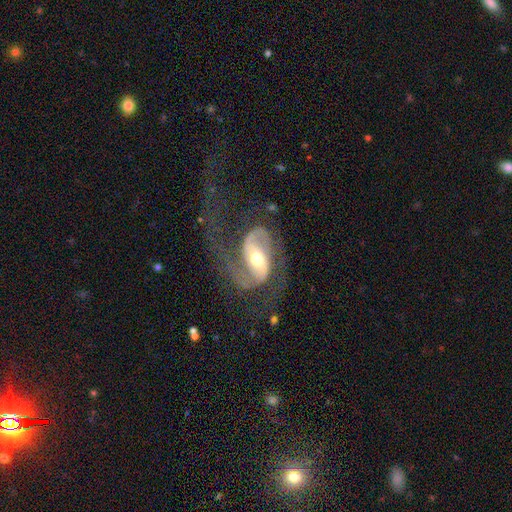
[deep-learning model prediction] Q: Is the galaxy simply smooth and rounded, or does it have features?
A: featured or disk — 89%.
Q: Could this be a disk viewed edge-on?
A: no — 97%.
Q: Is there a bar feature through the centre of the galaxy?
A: weak — 37%.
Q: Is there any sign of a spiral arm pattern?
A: yes — 96%.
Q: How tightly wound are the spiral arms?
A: medium — 48%.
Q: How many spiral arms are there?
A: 2 — 84%.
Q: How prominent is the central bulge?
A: moderate — 62%.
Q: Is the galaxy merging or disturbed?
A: none — 49%.